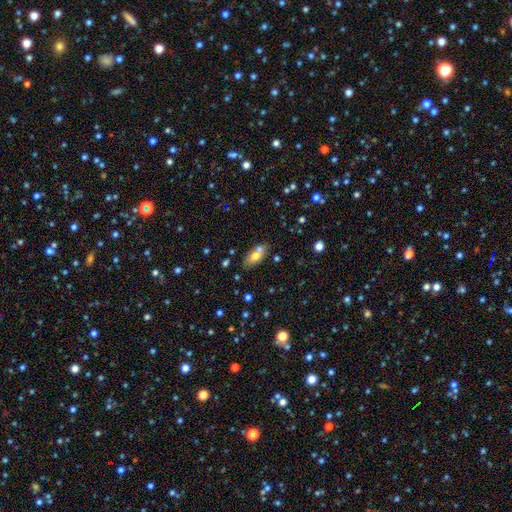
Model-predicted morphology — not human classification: A smooth galaxy with no disk features (66%) that is in between round and cigar-shaped (82%). Merging: none (58%).